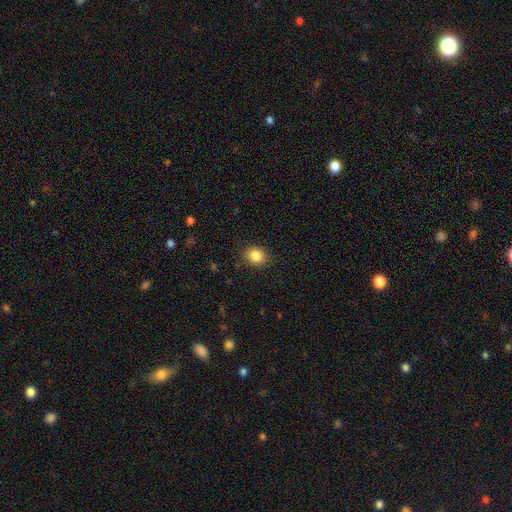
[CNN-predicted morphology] The model was most divided on "how rounded": round: 62%, in between: 37%, cigar-shaped: 1%. More confident: merging — none (88%); smooth or featured — smooth (85%).